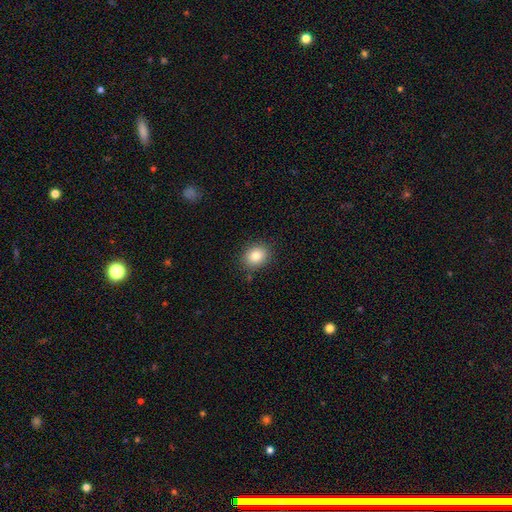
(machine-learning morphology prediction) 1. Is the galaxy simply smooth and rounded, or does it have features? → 84% smooth, 9% star or artifact, 7% featured or disk.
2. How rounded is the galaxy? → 58% round, 41% in between, 1% cigar-shaped.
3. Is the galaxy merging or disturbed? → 86% none, 10% minor disturbance, 3% major disturbance, 2% merger.